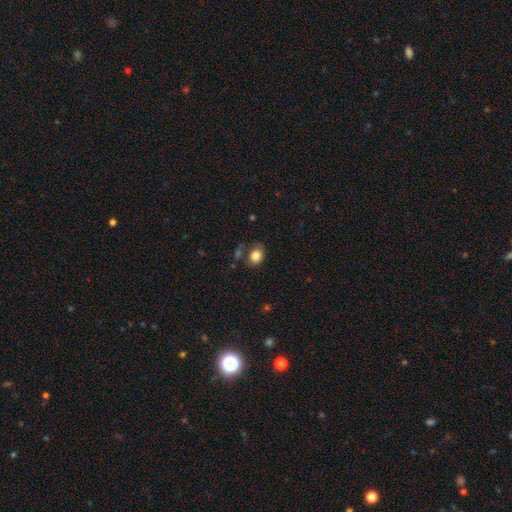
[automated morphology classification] smooth-or-featured: smooth: 83% | star or artifact: 9% | featured or disk: 8%
  how-rounded: in between: 62% | round: 37% | cigar-shaped: 1%
  merging: none: 66% | minor disturbance: 20% | merger: 8% | major disturbance: 7%